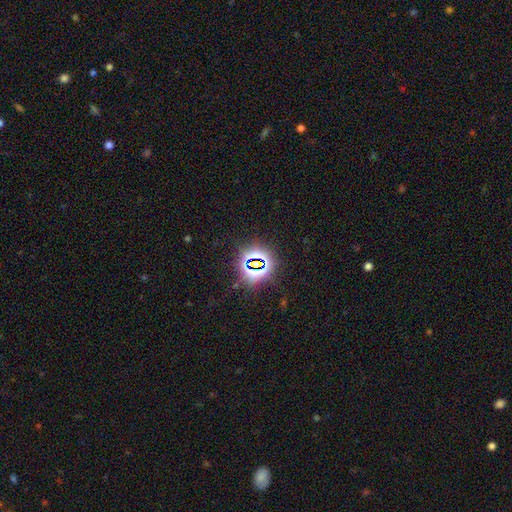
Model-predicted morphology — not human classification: Smooth or featured? star or artifact (78%)